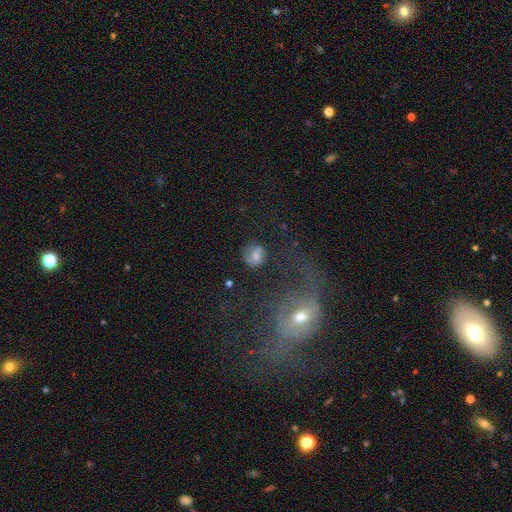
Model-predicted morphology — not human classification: The model was most divided on "smooth or featured": smooth: 52%, featured or disk: 34%, star or artifact: 14%. More confident: how rounded — round (64%); merging — none (60%).